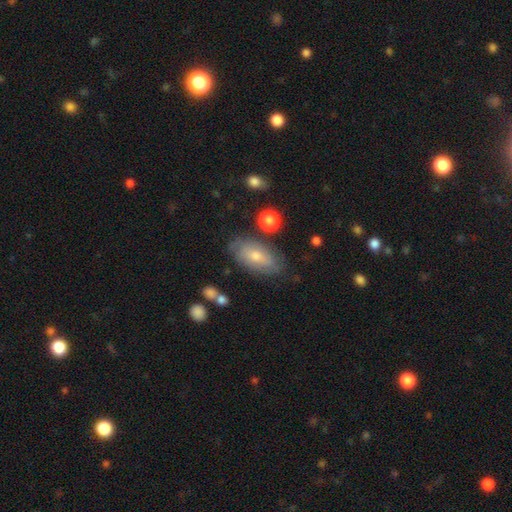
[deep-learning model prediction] Q: Smooth or featured?
A: smooth (54%); runner-up: featured or disk (37%)
Q: How rounded?
A: in between (90%); runner-up: cigar-shaped (6%)
Q: Merging?
A: none (73%); runner-up: minor disturbance (19%)